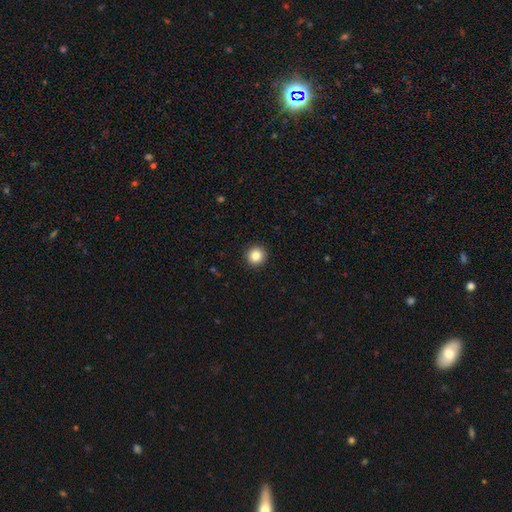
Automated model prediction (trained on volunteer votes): Morphology: type=smooth (84%); roundness=round (95%); merging=none (93%).